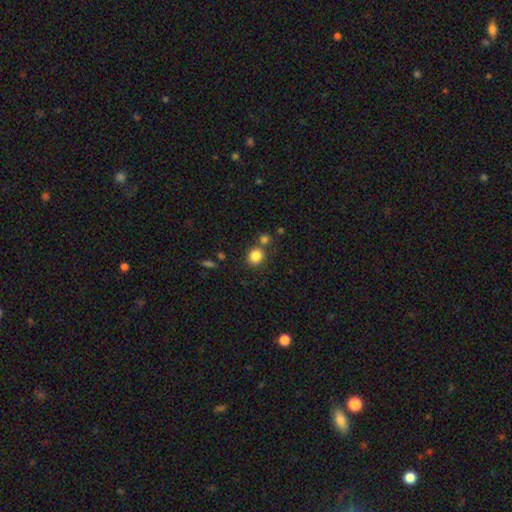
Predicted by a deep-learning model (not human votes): smooth 84%, star or artifact 11%, featured or disk 5%. Down the decision tree: how rounded — round (80%); merging — none (71%).